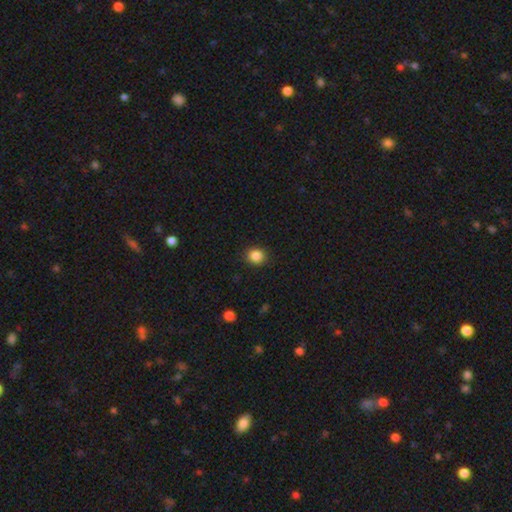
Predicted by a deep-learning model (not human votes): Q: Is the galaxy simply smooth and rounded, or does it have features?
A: smooth — 86%.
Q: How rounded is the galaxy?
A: round — 77%.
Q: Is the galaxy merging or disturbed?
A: none — 90%.